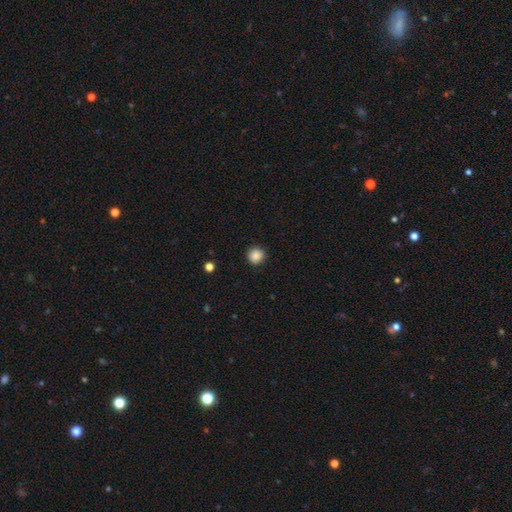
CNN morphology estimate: Smooth or featured?
  - smooth: 87% *
  - star or artifact: 10%
  - featured or disk: 3%
How rounded?
  - round: 93% *
  - in between: 6%
  - cigar-shaped: 1%
Merging?
  - none: 90% *
  - minor disturbance: 7%
  - major disturbance: 2%
  - merger: 1%